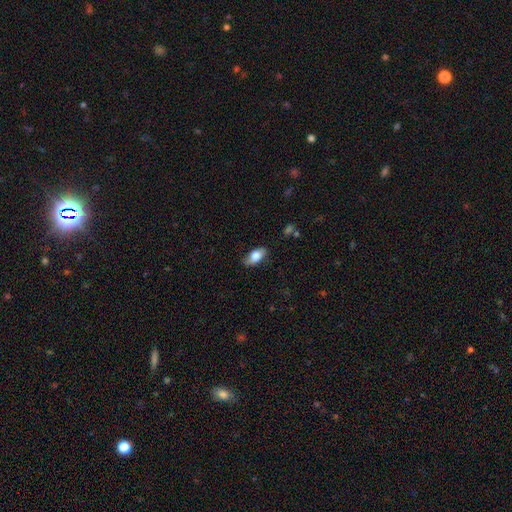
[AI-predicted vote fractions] Smooth or featured?
  - smooth: 78% *
  - featured or disk: 16%
  - star or artifact: 7%
How rounded?
  - in between: 90% *
  - cigar-shaped: 7%
  - round: 4%
Merging?
  - none: 78% *
  - minor disturbance: 17%
  - major disturbance: 3%
  - merger: 1%